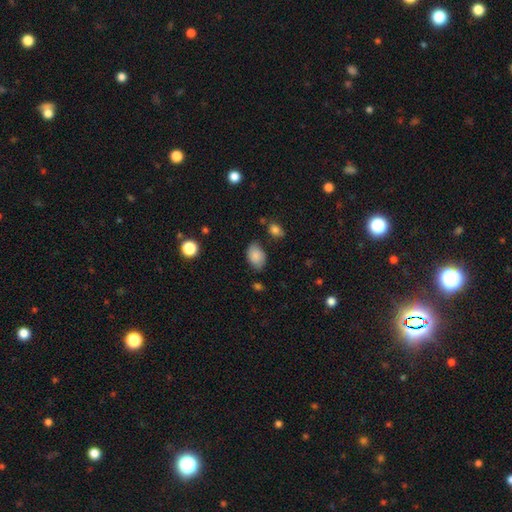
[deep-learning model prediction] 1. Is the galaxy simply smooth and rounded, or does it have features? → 86% smooth, 8% star or artifact, 7% featured or disk.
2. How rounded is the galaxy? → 86% in between, 13% round, 1% cigar-shaped.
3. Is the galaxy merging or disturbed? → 76% none, 17% minor disturbance, 4% major disturbance, 3% merger.